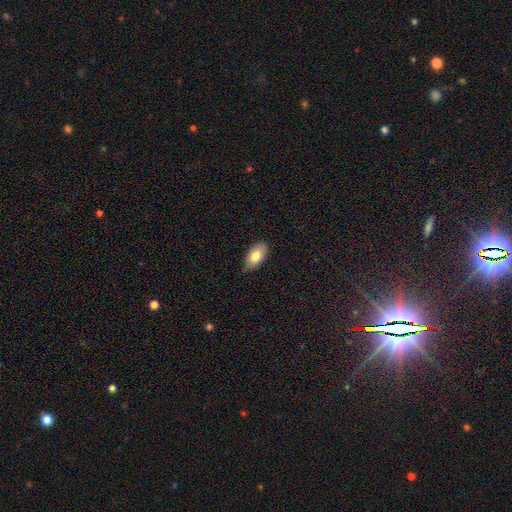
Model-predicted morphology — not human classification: Overall: smooth (78%). How rounded: in between (93%). Merging: none (74%).